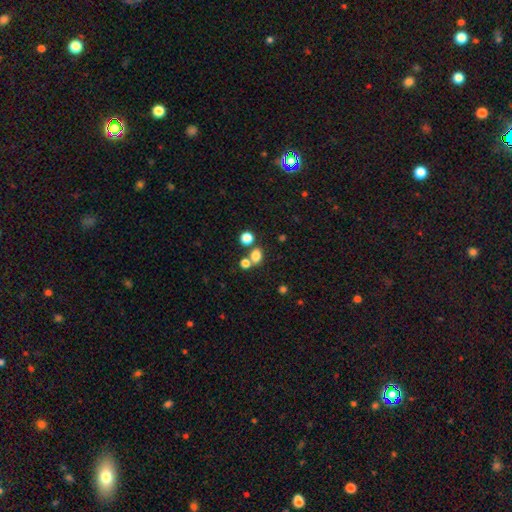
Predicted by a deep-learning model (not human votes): Q: Smooth or featured?
A: smooth (77%); runner-up: star or artifact (15%)
Q: How rounded?
A: round (55%); runner-up: in between (43%)
Q: Merging?
A: none (55%); runner-up: merger (31%)